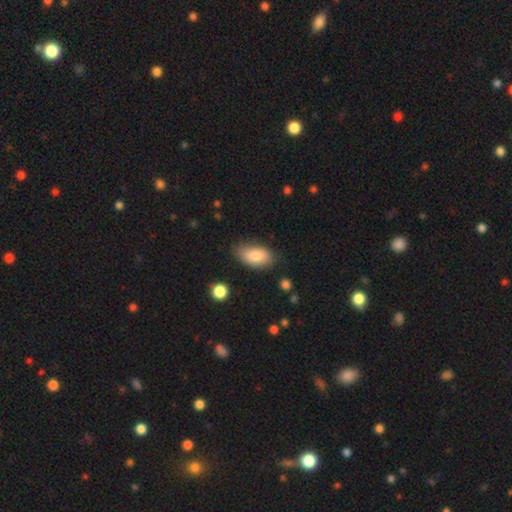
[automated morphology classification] Smooth or featured? Predicted: smooth (p=0.79). How rounded? Predicted: in between (p=0.92). Merging? Predicted: none (p=0.68).